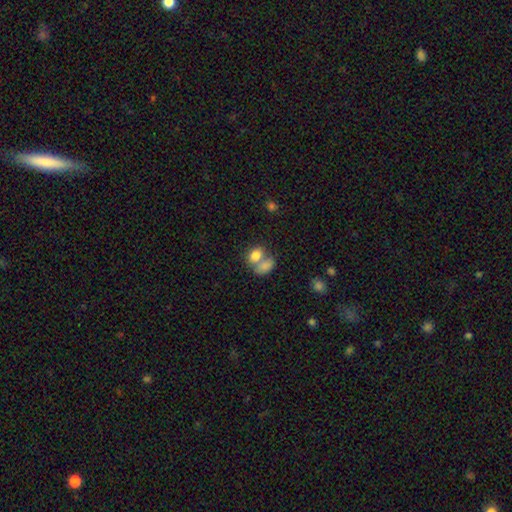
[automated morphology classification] smooth-or-featured: smooth: 80% | featured or disk: 11% | star or artifact: 9%
  how-rounded: in between: 78% | round: 21% | cigar-shaped: 2%
  merging: merger: 60% | none: 27% | minor disturbance: 8% | major disturbance: 4%